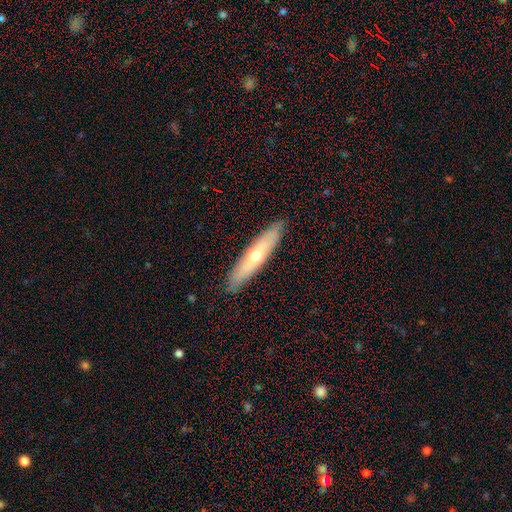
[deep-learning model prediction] Morphology: type=smooth (52%); roundness=cigar-shaped (81%); merging=none (89%).